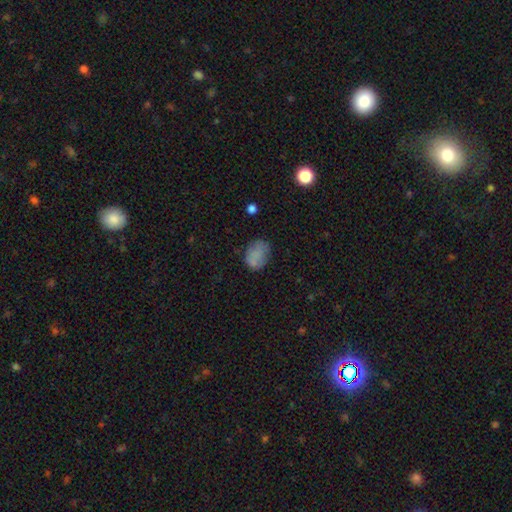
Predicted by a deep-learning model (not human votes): A smooth galaxy with no disk features (79%) that is in between round and cigar-shaped (74%).

Vote fractions:
- Smooth or featured? smooth: 79% / star or artifact: 11% / featured or disk: 10%
- How rounded? in between: 74% / round: 25% / cigar-shaped: 1%
- Merging? none: 65% / minor disturbance: 24% / major disturbance: 8% / merger: 3%